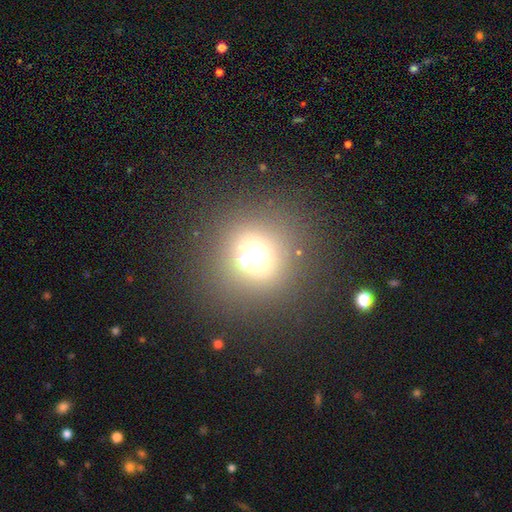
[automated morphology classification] smooth 61%, star or artifact 24%, featured or disk 16%. Down the decision tree: how rounded — round (89%); merging — none (64%).